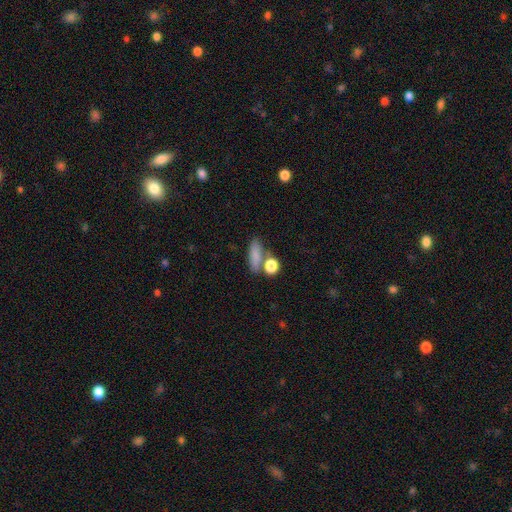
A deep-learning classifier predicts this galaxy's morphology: Smooth or featured? smooth (79%)
How rounded? in between (57%)
Merging? none (58%)